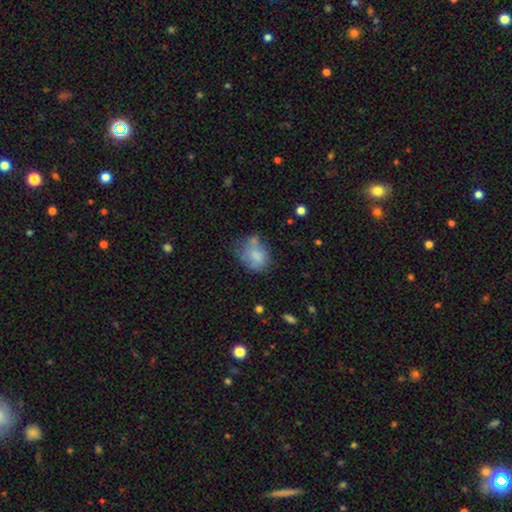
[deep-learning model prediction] Smooth or featured?
  - smooth: 67% *
  - featured or disk: 23%
  - star or artifact: 9%
How rounded?
  - in between: 51% *
  - round: 48%
  - cigar-shaped: 1%
Merging?
  - none: 39% *
  - minor disturbance: 28%
  - major disturbance: 17%
  - merger: 16%